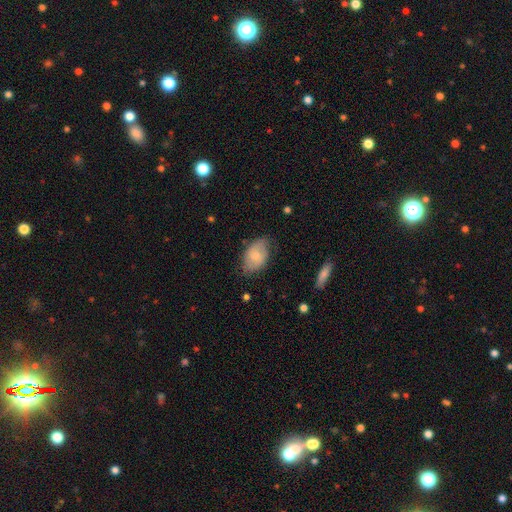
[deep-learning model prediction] This appears to be a smooth galaxy with no disk features (66%) that is in between round and cigar-shaped (90%). Merging: none (68%).